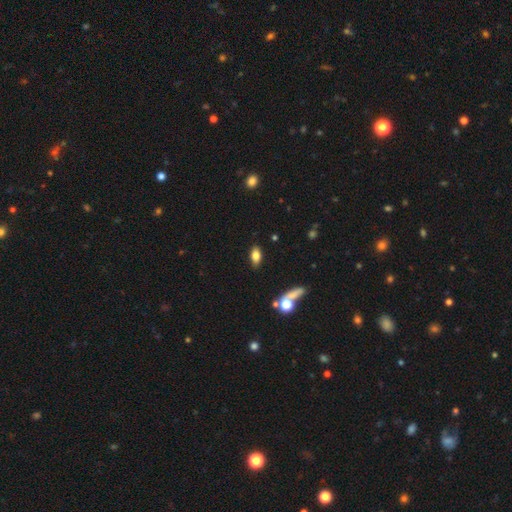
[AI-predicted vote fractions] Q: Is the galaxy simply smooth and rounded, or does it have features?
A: smooth — 78%.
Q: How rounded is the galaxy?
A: in between — 86%.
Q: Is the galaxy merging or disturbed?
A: none — 85%.